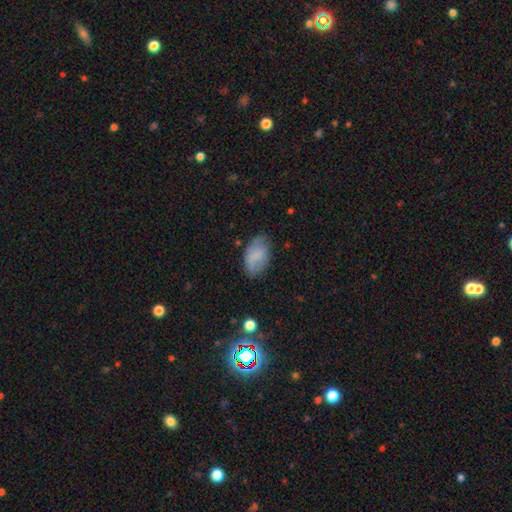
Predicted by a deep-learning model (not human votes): A smooth galaxy with no disk features (75%) that is in between round and cigar-shaped (92%).

Vote fractions:
- Smooth or featured? smooth: 75% / featured or disk: 17% / star or artifact: 8%
- How rounded? in between: 92% / round: 6% / cigar-shaped: 2%
- Merging? none: 70% / minor disturbance: 22% / major disturbance: 6% / merger: 2%